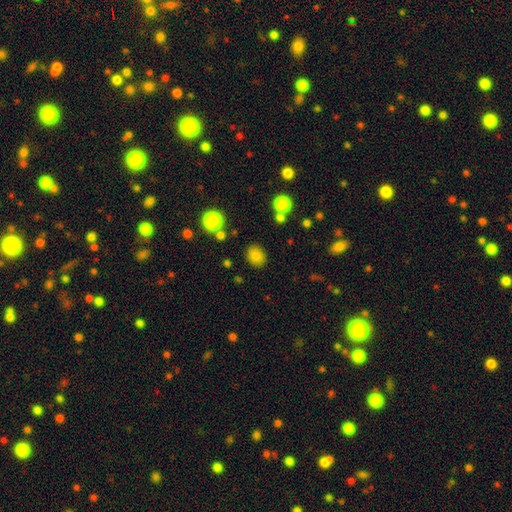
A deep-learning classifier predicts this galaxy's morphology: Overall: smooth (82%). How rounded: round (59%; in between 40%). Merging: none (84%).